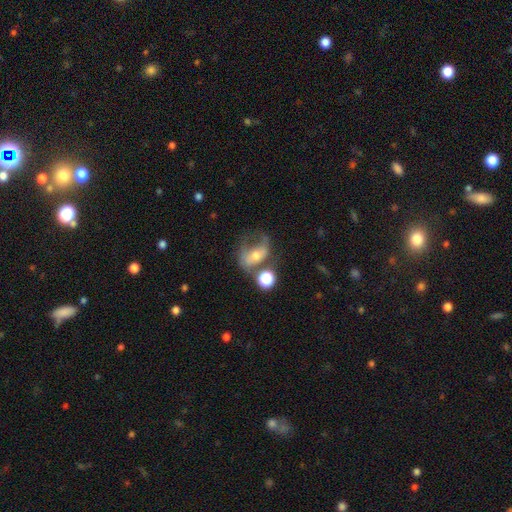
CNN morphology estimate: Q: Smooth or featured?
A: featured or disk (50%); runner-up: smooth (37%)
Q: Merging?
A: none (31%); runner-up: major disturbance (30%)